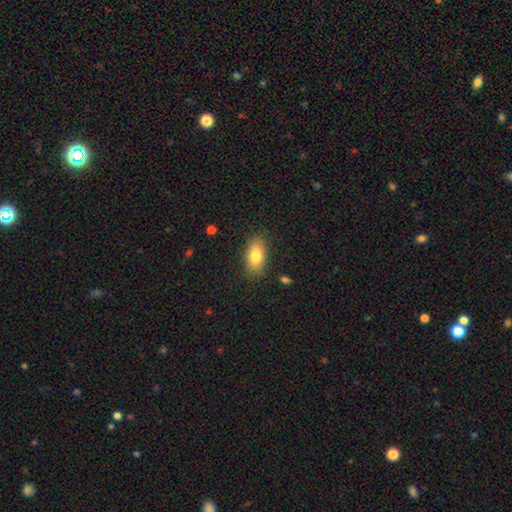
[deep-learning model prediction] Smooth or featured?
  - smooth: 80% *
  - featured or disk: 12%
  - star or artifact: 7%
How rounded?
  - in between: 90% *
  - round: 6%
  - cigar-shaped: 5%
Merging?
  - none: 85% *
  - minor disturbance: 11%
  - major disturbance: 3%
  - merger: 1%